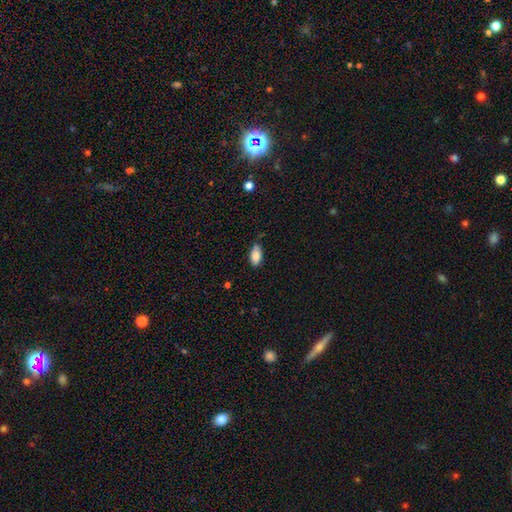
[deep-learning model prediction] Smooth or featured?
  - smooth: 84% *
  - featured or disk: 9%
  - star or artifact: 7%
How rounded?
  - in between: 92% *
  - cigar-shaped: 5%
  - round: 3%
Merging?
  - none: 73% *
  - minor disturbance: 22%
  - major disturbance: 3%
  - merger: 2%